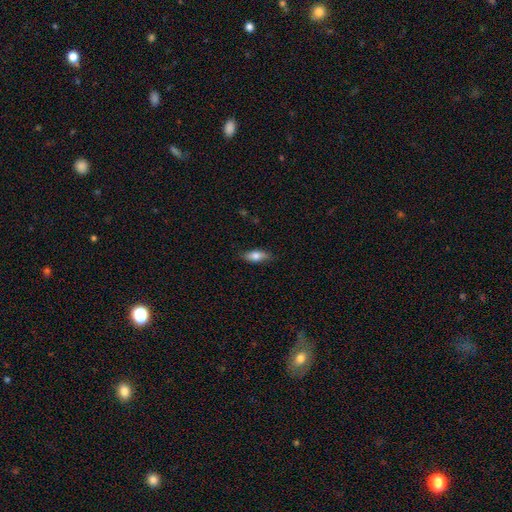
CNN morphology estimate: Smooth or featured?
  - smooth: 76% *
  - featured or disk: 17%
  - star or artifact: 7%
How rounded?
  - in between: 75% *
  - cigar-shaped: 22%
  - round: 3%
Merging?
  - none: 82% *
  - minor disturbance: 14%
  - major disturbance: 2%
  - merger: 1%